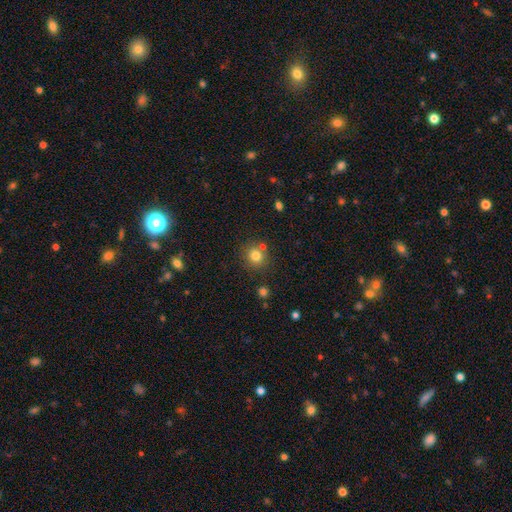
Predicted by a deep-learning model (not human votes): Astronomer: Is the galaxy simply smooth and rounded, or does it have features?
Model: smooth — 79%.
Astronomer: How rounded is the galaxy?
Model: round — 87%.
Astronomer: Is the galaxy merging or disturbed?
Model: none — 75%.